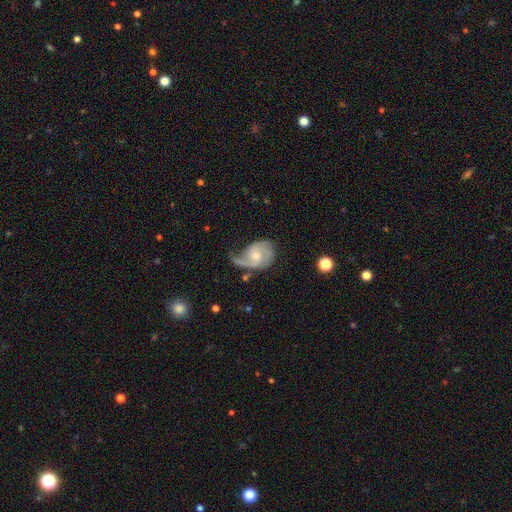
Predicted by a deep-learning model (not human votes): featured or disk 79%, smooth 16%, star or artifact 5%. Down the decision tree: edge-on disk — no (97%); bar — no (65%); spiral arms — yes (94%); spiral arm count — 2 (52%); spiral winding — medium (43%); bulge size — moderate (48%); merging — none (37%).